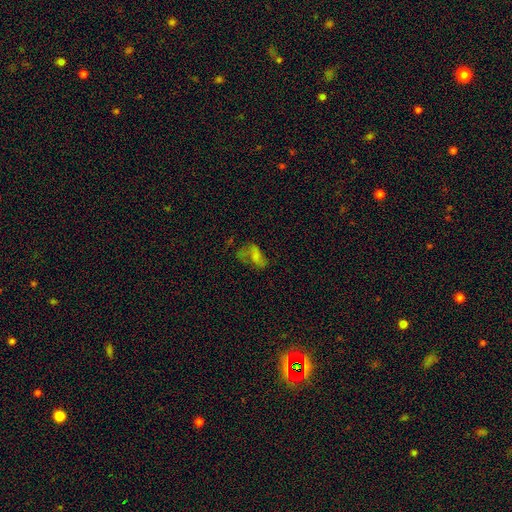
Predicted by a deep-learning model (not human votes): Q: Smooth or featured?
A: smooth (45%); runner-up: featured or disk (36%)
Q: Merging?
A: major disturbance (39%); runner-up: none (32%)